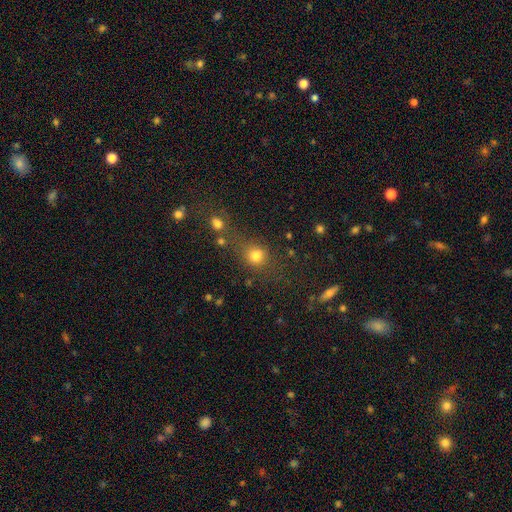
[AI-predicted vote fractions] A smooth galaxy with no disk features (76%) that is round (79%).

Vote fractions:
- Smooth or featured? smooth: 76% / star or artifact: 17% / featured or disk: 8%
- How rounded? round: 79% / in between: 20% / cigar-shaped: 2%
- Merging? none: 54% / merger: 25% / minor disturbance: 13% / major disturbance: 9%